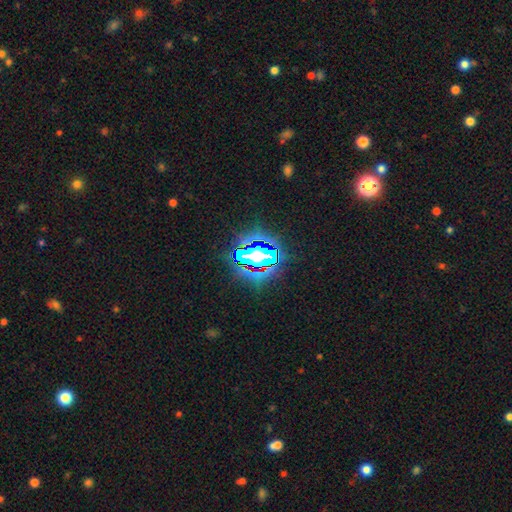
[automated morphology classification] Smooth or featured? star or artifact (67%)